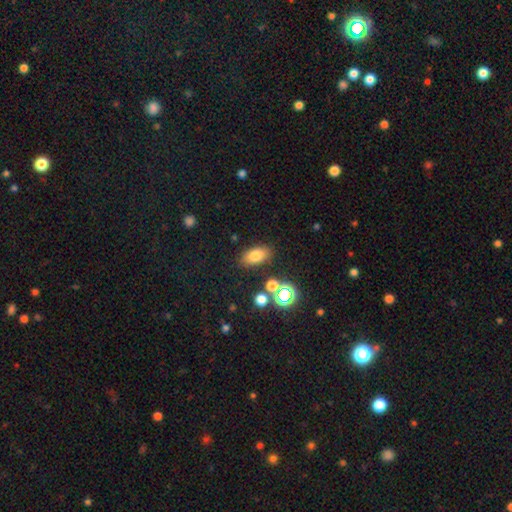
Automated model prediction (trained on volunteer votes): smooth-or-featured: smooth: 74% | star or artifact: 14% | featured or disk: 12%
  how-rounded: in between: 85% | round: 10% | cigar-shaped: 5%
  merging: none: 82% | minor disturbance: 10% | merger: 5% | major disturbance: 3%